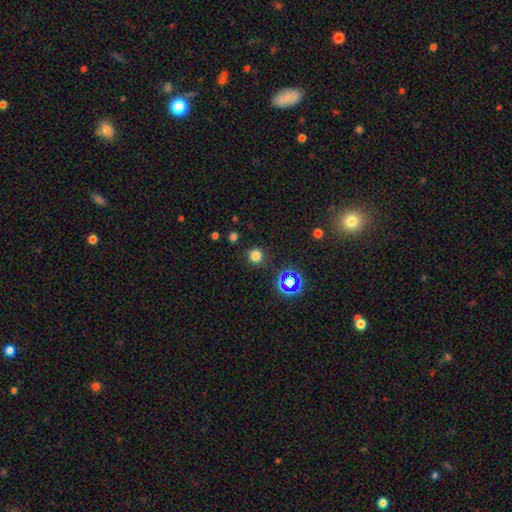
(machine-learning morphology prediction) The model was most divided on "smooth or featured": smooth: 75%, star or artifact: 21%, featured or disk: 5%. More confident: how rounded — round (94%); merging — none (89%).